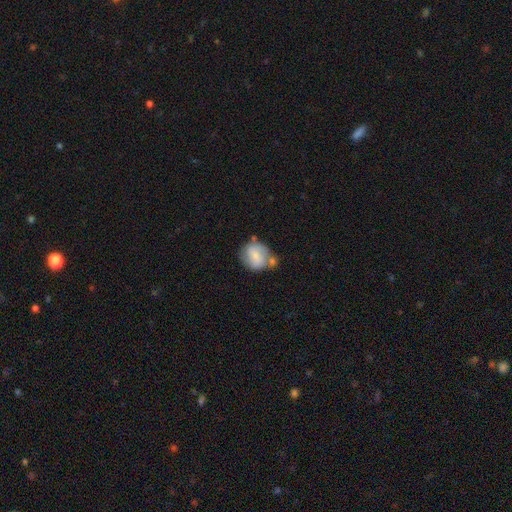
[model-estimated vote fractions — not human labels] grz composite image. It shows a smooth galaxy with no disk features (59%) that is round (65%). Merging: none (45%).